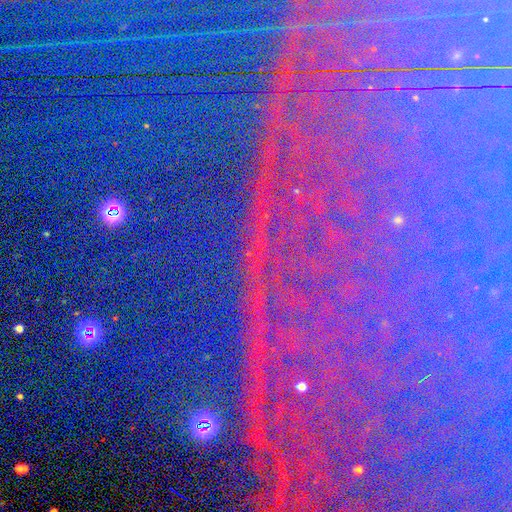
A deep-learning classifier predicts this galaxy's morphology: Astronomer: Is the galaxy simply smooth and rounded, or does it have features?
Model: star or artifact — 84%.